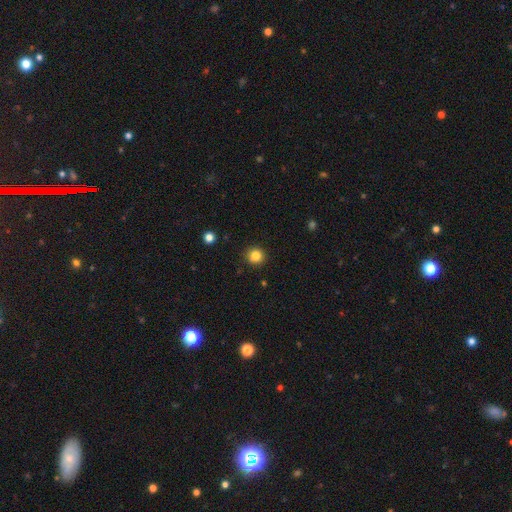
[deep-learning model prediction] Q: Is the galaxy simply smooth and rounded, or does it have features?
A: smooth — 83%.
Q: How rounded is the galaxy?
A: round — 93%.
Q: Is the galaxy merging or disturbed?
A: none — 91%.